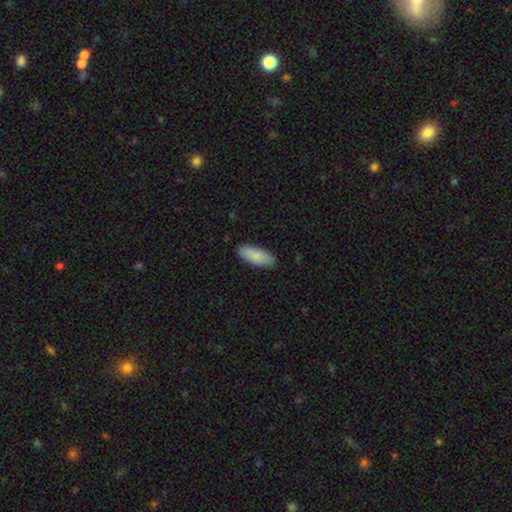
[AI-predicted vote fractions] Smooth or featured?
  - smooth: 84% *
  - featured or disk: 11%
  - star or artifact: 6%
How rounded?
  - in between: 77% *
  - cigar-shaped: 22%
  - round: 2%
Merging?
  - none: 84% *
  - minor disturbance: 12%
  - major disturbance: 2%
  - merger: 1%